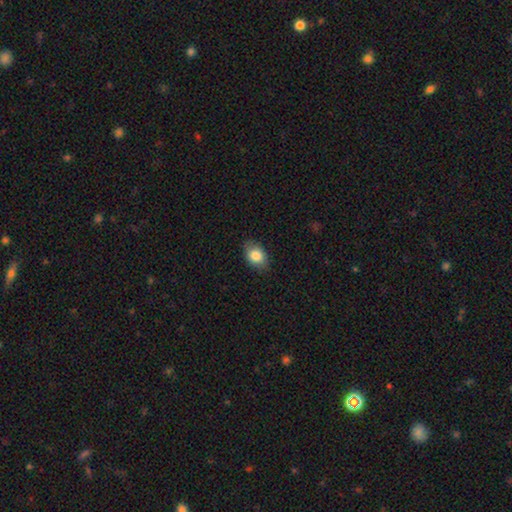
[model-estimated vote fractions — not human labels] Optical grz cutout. It shows a smooth galaxy with no disk features (84%) that is in between round and cigar-shaped (80%). Merging: none (84%).